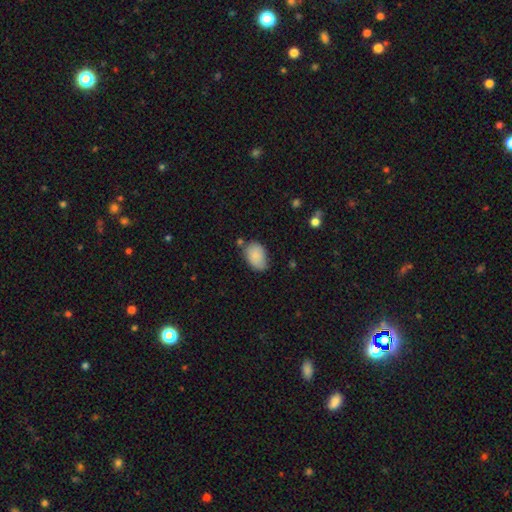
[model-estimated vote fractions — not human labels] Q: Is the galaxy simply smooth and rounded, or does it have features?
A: smooth — 86%.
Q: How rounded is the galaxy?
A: in between — 87%.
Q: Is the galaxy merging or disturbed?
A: none — 65%.